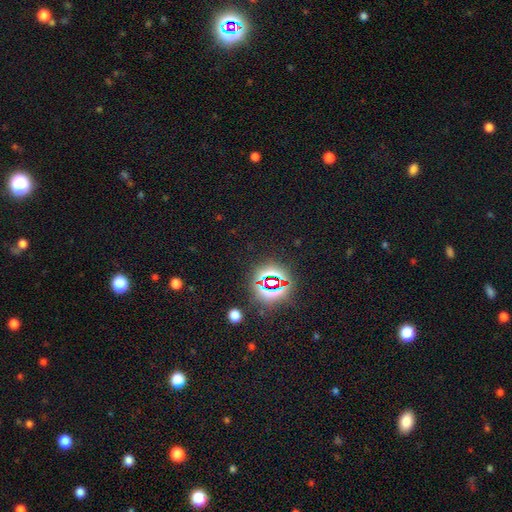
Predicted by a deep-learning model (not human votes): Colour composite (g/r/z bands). It shows a star or artifact, not a galaxy (83%).